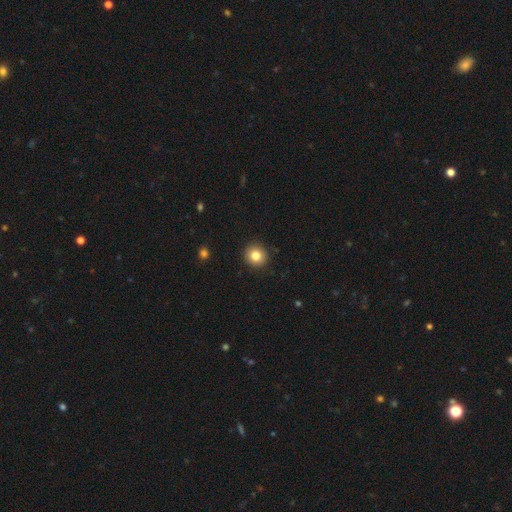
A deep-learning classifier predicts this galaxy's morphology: This appears to be a smooth galaxy with no disk features (82%) that is round (91%). Merging: none (92%).